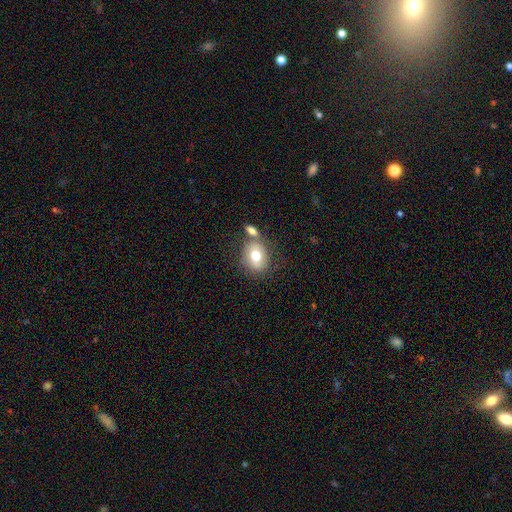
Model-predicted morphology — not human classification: Smooth or featured?
  - smooth: 72% *
  - featured or disk: 19%
  - star or artifact: 9%
How rounded?
  - round: 52% *
  - in between: 47%
  - cigar-shaped: 1%
Merging?
  - none: 56% *
  - merger: 25%
  - minor disturbance: 14%
  - major disturbance: 5%